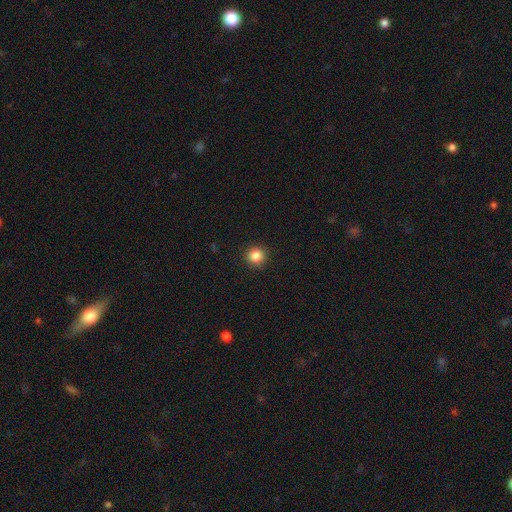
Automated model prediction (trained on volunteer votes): smooth-or-featured: smooth: 85% | star or artifact: 11% | featured or disk: 4%
  how-rounded: round: 94% | in between: 5% | cigar-shaped: 1%
  merging: none: 93% | minor disturbance: 5% | major disturbance: 2% | merger: 1%